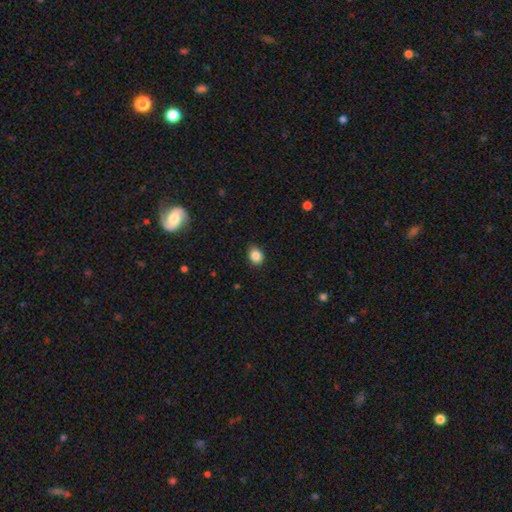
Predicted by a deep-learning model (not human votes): Smooth or featured? Predicted: smooth (p=0.86). How rounded? Predicted: round (p=0.53). Merging? Predicted: none (p=0.87).